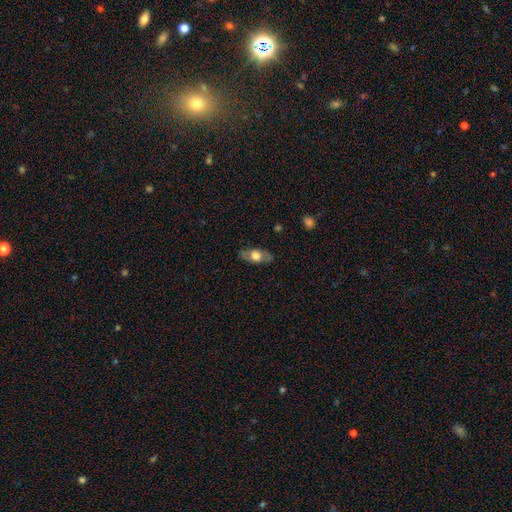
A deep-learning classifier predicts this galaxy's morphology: This appears to be a smooth galaxy with no disk features (53%) that is in between round and cigar-shaped (82%). Merging: none (79%).